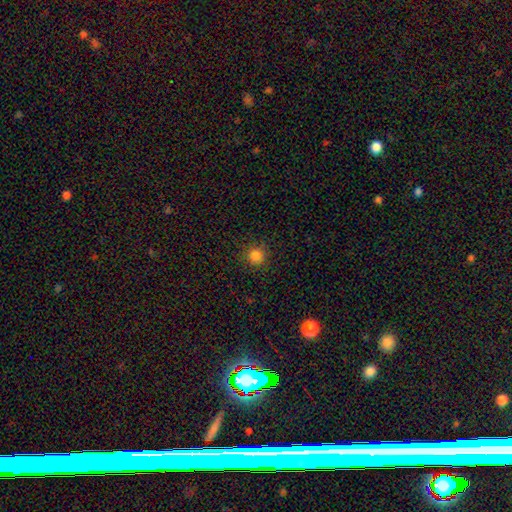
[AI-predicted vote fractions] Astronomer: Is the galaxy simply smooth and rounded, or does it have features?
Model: smooth — 83%.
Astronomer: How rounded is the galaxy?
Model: round — 94%.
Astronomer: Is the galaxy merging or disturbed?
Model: none — 90%.